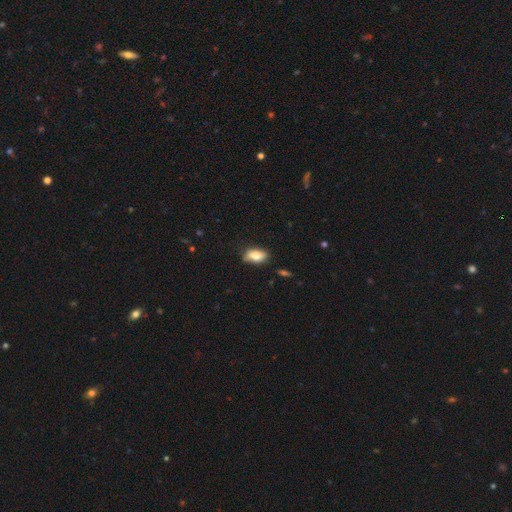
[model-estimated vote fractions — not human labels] smooth 80%, featured or disk 13%, star or artifact 7%. Down the decision tree: how rounded — in between (90%); merging — none (71%).